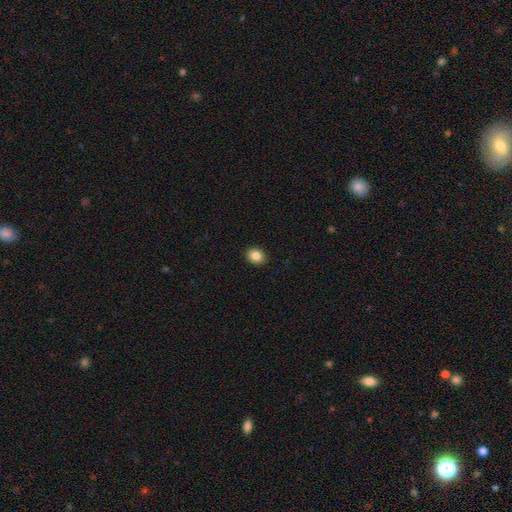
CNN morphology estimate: Smooth or featured? Predicted: smooth (p=0.86). How rounded? Predicted: in between (p=0.52). Merging? Predicted: none (p=0.92).